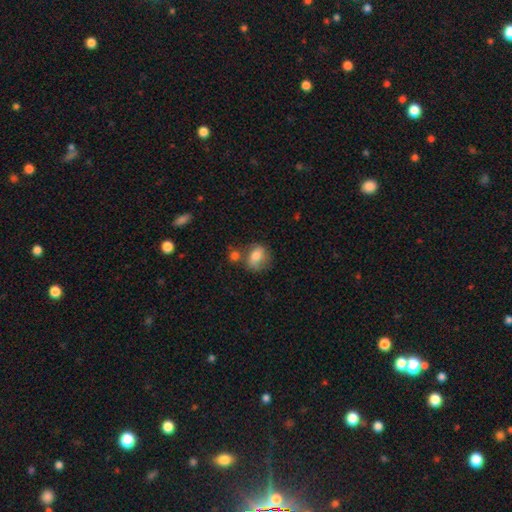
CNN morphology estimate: The model was most divided on "how rounded": round: 50%, in between: 49%, cigar-shaped: 1%. Remaining: smooth or featured — smooth (70%); merging — none (49%).